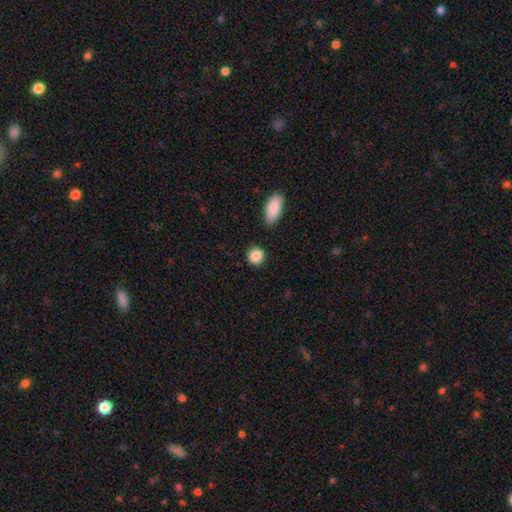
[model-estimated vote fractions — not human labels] Q: Smooth or featured?
A: smooth (88%); runner-up: star or artifact (8%)
Q: How rounded?
A: round (84%); runner-up: in between (15%)
Q: Merging?
A: none (86%); runner-up: minor disturbance (9%)